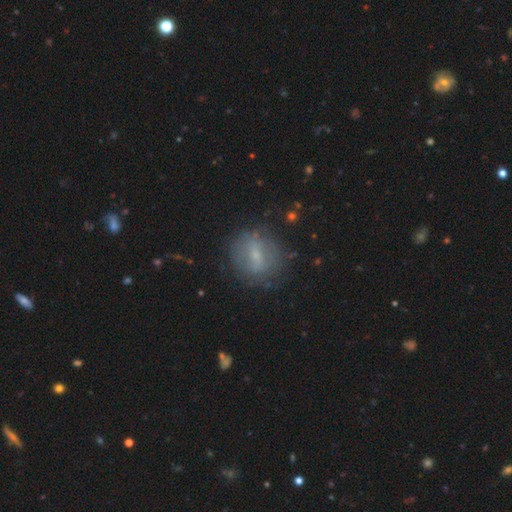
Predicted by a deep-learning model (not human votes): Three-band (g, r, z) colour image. It shows a smooth galaxy with no disk features (50%). Merging: none (75%).